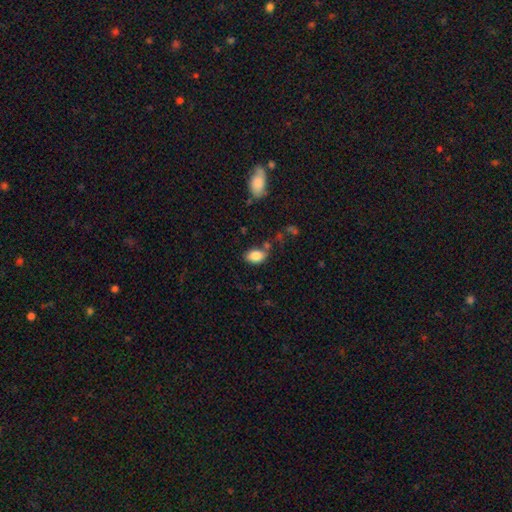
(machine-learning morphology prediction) smooth-or-featured: smooth: 85% | star or artifact: 8% | featured or disk: 6%
  how-rounded: in between: 86% | round: 12% | cigar-shaped: 1%
  merging: none: 65% | minor disturbance: 20% | merger: 8% | major disturbance: 6%